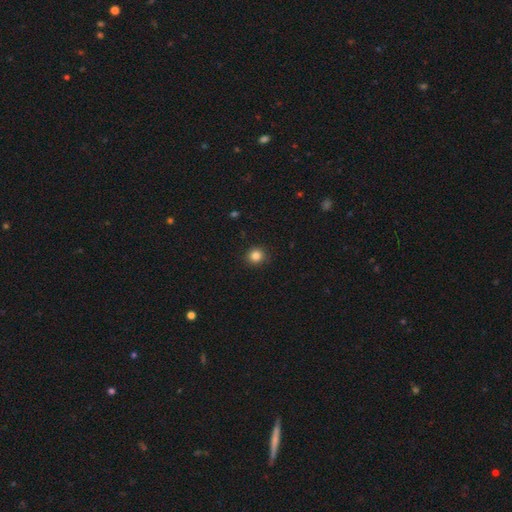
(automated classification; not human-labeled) Q: Smooth or featured?
A: smooth (85%); runner-up: star or artifact (11%)
Q: How rounded?
A: round (91%); runner-up: in between (8%)
Q: Merging?
A: none (91%); runner-up: minor disturbance (6%)